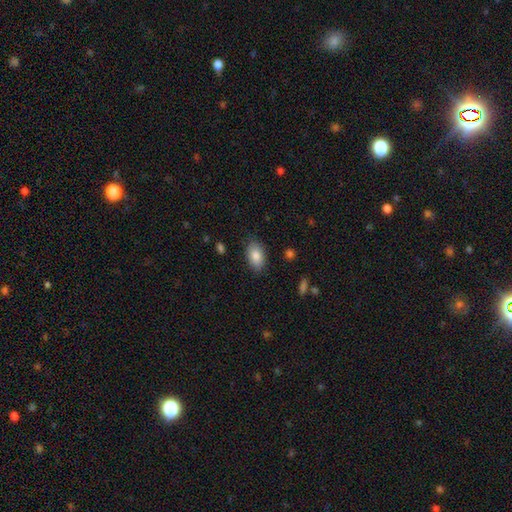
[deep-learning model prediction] Smooth or featured? smooth (85%)
How rounded? in between (92%)
Merging? none (85%)